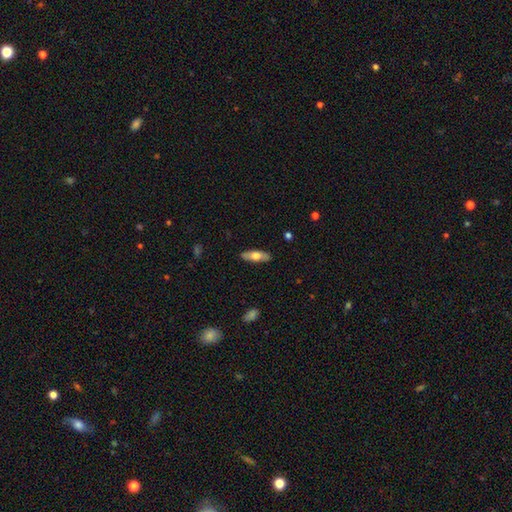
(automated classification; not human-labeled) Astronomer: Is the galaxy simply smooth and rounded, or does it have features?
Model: smooth — 61%.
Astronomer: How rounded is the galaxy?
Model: in between — 54% (runner-up: cigar-shaped, 44%).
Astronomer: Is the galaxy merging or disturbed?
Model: none — 89%.